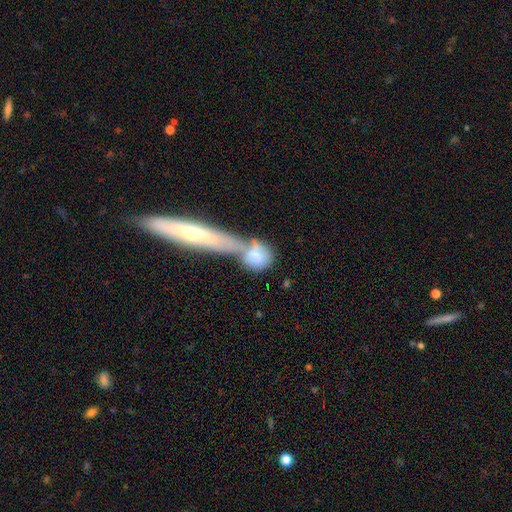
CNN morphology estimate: This is likely a smooth galaxy (69%). How rounded: possibly round (57%). Merging: possibly merger (52%).